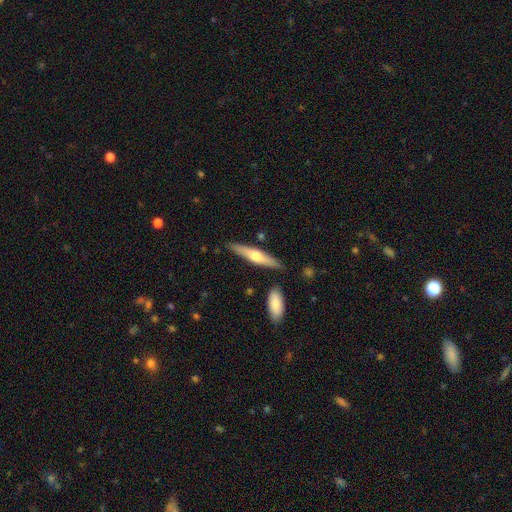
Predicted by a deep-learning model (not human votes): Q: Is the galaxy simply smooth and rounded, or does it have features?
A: featured or disk — 52%.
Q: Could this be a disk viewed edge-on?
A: yes — 94%.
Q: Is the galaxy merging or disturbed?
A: none — 83%.